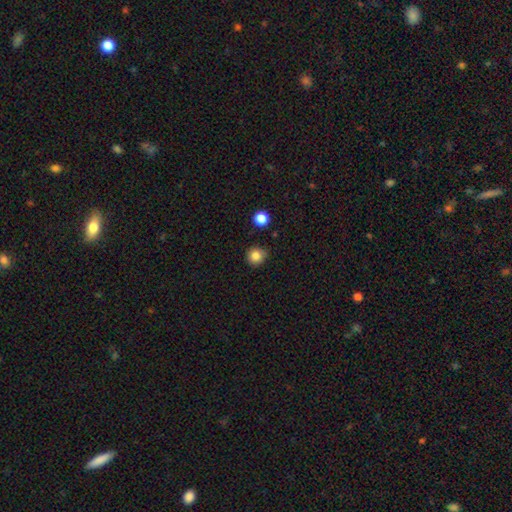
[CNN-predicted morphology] Smooth or featured: smooth — 84% (star or artifact — 11%)
How rounded: round — 92% (in between — 7%)
Merging: none — 84% (minor disturbance — 12%)